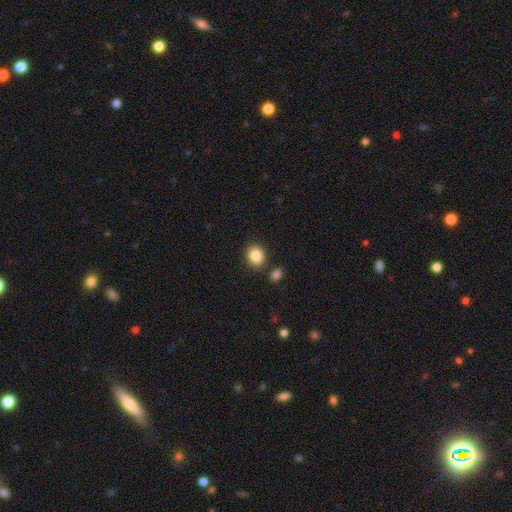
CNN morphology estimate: This is clearly a smooth galaxy (85%). How rounded: likely round (63%). Merging: clearly none (83%).